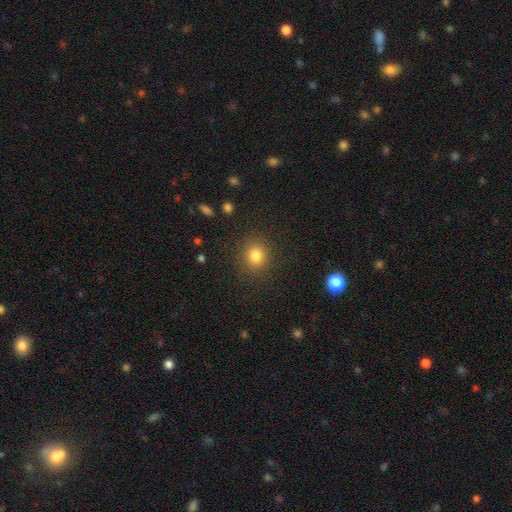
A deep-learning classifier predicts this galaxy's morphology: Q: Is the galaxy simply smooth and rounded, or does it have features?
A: smooth — 81%.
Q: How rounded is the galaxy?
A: round — 83%.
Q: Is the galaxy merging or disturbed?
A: none — 88%.